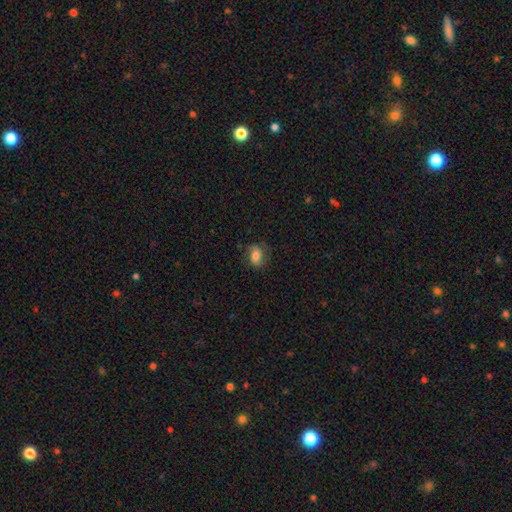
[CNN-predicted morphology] Smooth or featured?
  - smooth: 72% *
  - featured or disk: 19%
  - star or artifact: 9%
How rounded?
  - in between: 71% *
  - round: 27%
  - cigar-shaped: 2%
Merging?
  - none: 69% *
  - minor disturbance: 21%
  - major disturbance: 9%
  - merger: 1%